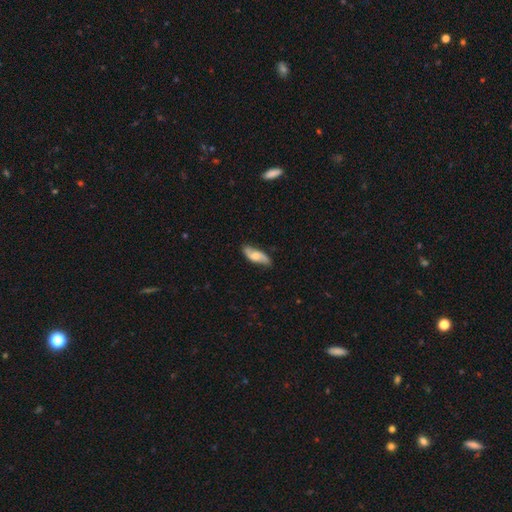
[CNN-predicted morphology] Q: Smooth or featured?
A: featured or disk (56%); runner-up: smooth (38%)
Q: Edge-on disk?
A: no (84%); runner-up: yes (16%)
Q: Merging?
A: none (78%); runner-up: minor disturbance (17%)